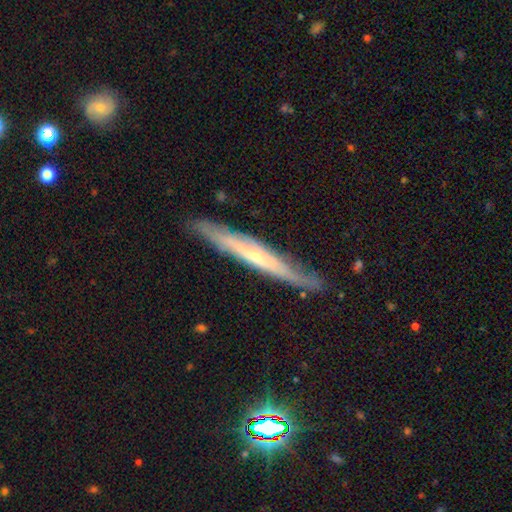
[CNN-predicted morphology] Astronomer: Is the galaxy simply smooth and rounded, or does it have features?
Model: featured or disk — 70%.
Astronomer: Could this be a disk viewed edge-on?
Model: yes — 84%.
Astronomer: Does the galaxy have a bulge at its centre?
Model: rounded — 50% (runner-up: none, 45%).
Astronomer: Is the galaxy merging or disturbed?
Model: none — 81%.